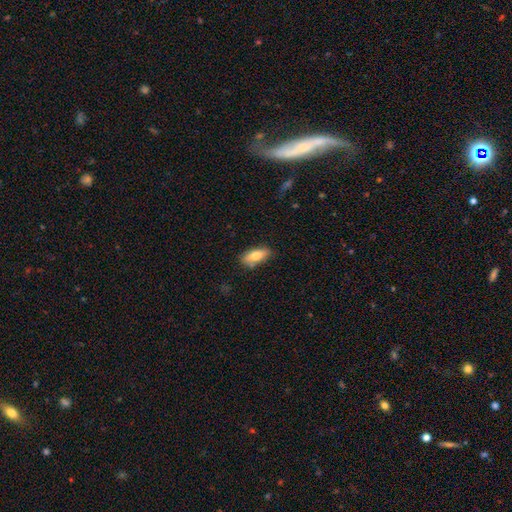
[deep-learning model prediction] smooth-or-featured: smooth: 73% | featured or disk: 21% | star or artifact: 7%
  how-rounded: in between: 79% | cigar-shaped: 18% | round: 3%
  merging: none: 77% | minor disturbance: 18% | major disturbance: 3% | merger: 2%